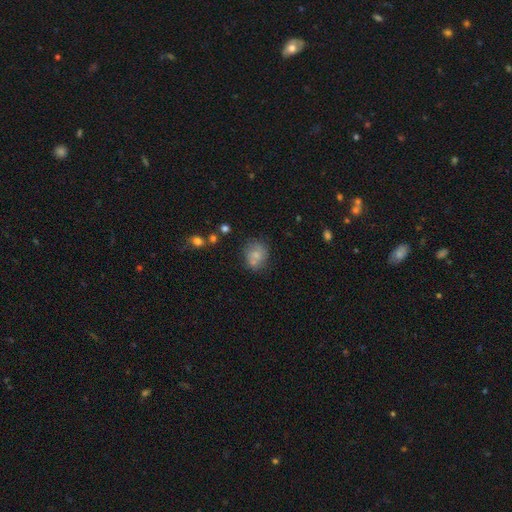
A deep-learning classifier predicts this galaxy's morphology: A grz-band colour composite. It shows a smooth galaxy with no disk features (69%) that is round (69%). Merging: none (55%).